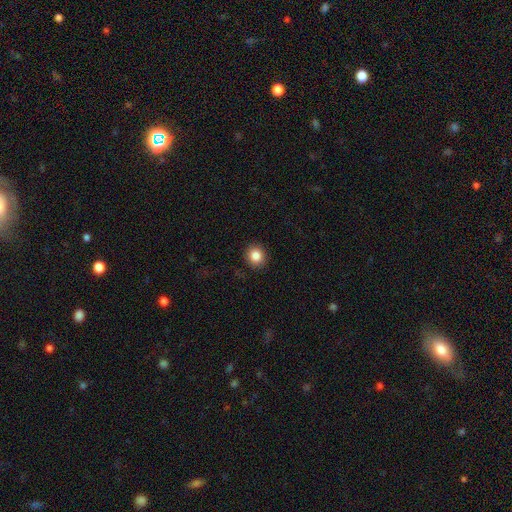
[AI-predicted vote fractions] smooth 85%, star or artifact 10%, featured or disk 5%. Down the decision tree: how rounded — round (87%); merging — none (91%).